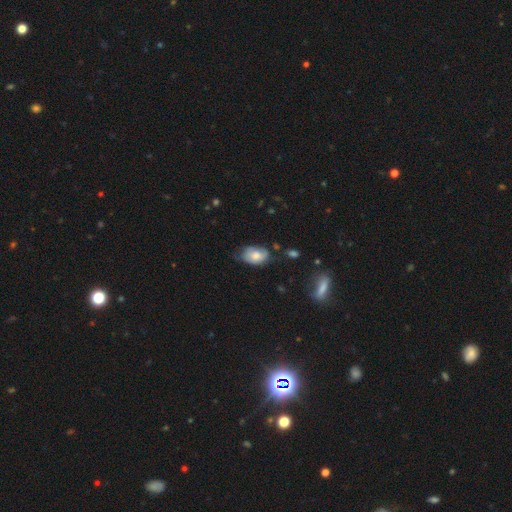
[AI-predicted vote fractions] A smooth galaxy with no disk features (67%) that is in between round and cigar-shaped (89%).

Vote fractions:
- Smooth or featured? smooth: 67% / featured or disk: 26% / star or artifact: 7%
- How rounded? in between: 89% / round: 10% / cigar-shaped: 2%
- Merging? none: 50% / minor disturbance: 37% / major disturbance: 10% / merger: 3%